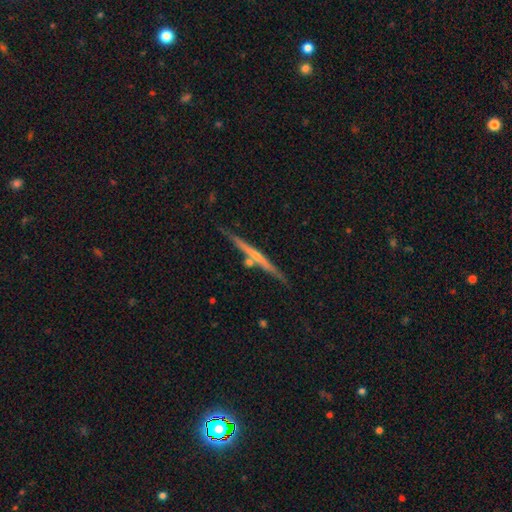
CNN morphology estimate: A featured or disk galaxy (73%) viewed edge-on (97%) with a rounded central bulge (52%).

Vote fractions:
- Smooth or featured? featured or disk: 73% / smooth: 17% / star or artifact: 10%
- Edge-on disk? yes: 97% / no: 3%
- Edge-on bulge? rounded: 52% / none: 40% / boxy: 9%
- Merging? none: 84% / minor disturbance: 9% / merger: 4% / major disturbance: 3%